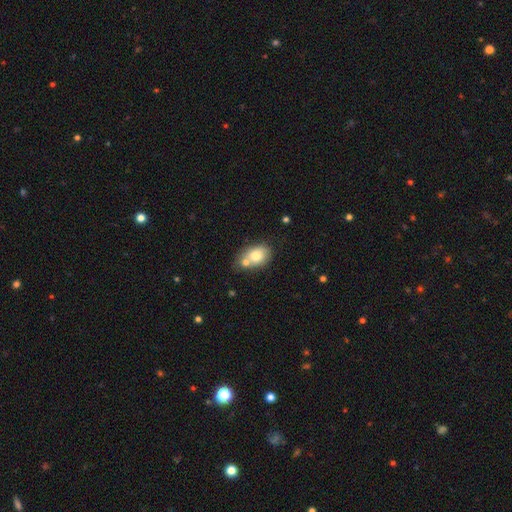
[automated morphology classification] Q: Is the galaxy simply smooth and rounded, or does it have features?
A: smooth — 74%.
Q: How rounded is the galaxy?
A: in between — 74%.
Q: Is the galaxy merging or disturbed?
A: none — 44%.